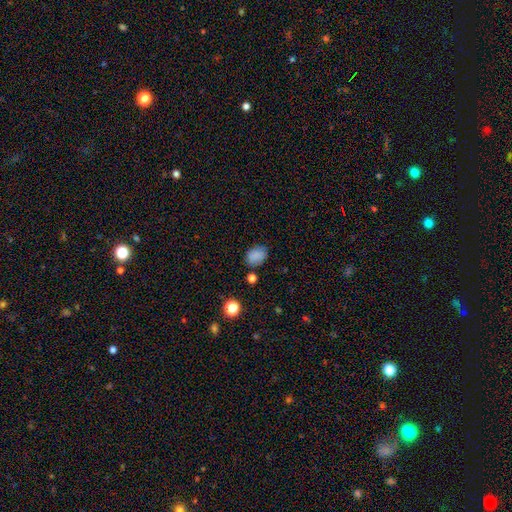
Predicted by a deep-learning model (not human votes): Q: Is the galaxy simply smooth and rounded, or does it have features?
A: smooth — 84%.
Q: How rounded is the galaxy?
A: in between — 70%.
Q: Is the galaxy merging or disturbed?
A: none — 73%.